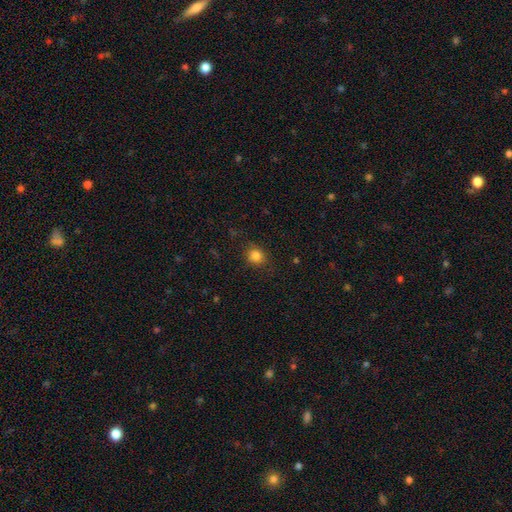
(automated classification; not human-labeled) This is clearly a smooth galaxy (83%). How rounded: clearly round (83%). Merging: clearly none (86%).